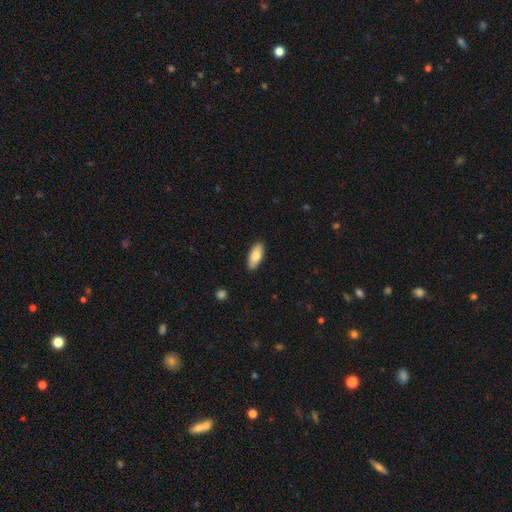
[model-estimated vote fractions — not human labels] Smooth or featured?
  - smooth: 79% *
  - featured or disk: 15%
  - star or artifact: 6%
How rounded?
  - in between: 86% *
  - cigar-shaped: 12%
  - round: 2%
Merging?
  - none: 89% *
  - minor disturbance: 8%
  - major disturbance: 2%
  - merger: 1%